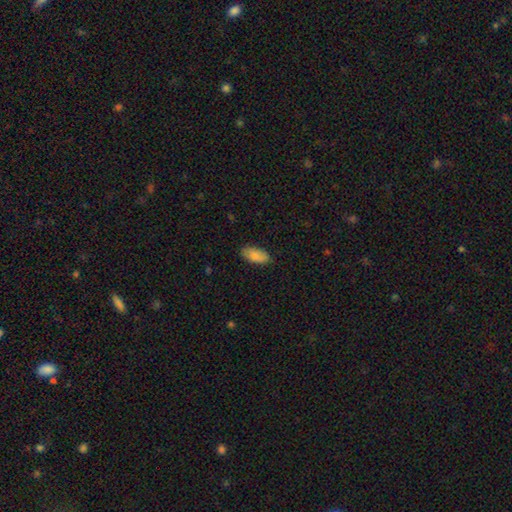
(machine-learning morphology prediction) Smooth or featured? Predicted: smooth (p=0.87). How rounded? Predicted: in between (p=0.90). Merging? Predicted: none (p=0.85).